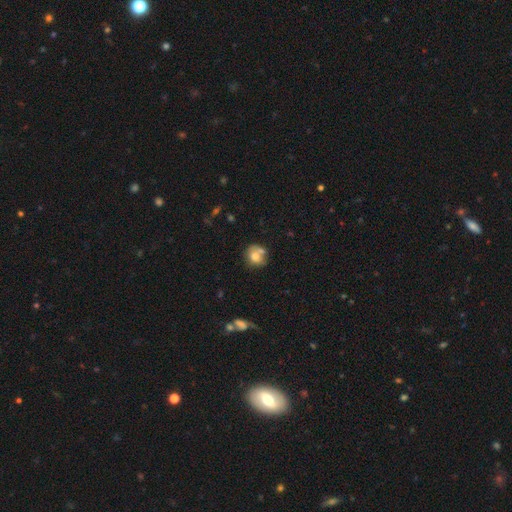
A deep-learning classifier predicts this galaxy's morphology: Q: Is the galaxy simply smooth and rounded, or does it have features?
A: smooth — 72%.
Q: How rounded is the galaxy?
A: round — 70%.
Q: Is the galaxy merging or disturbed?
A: none — 42%.